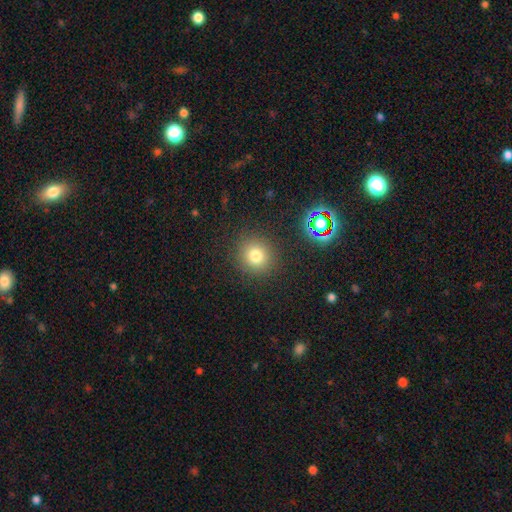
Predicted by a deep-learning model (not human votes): Smooth or featured? Predicted: smooth (p=0.77). How rounded? Predicted: round (p=0.89). Merging? Predicted: none (p=0.89).